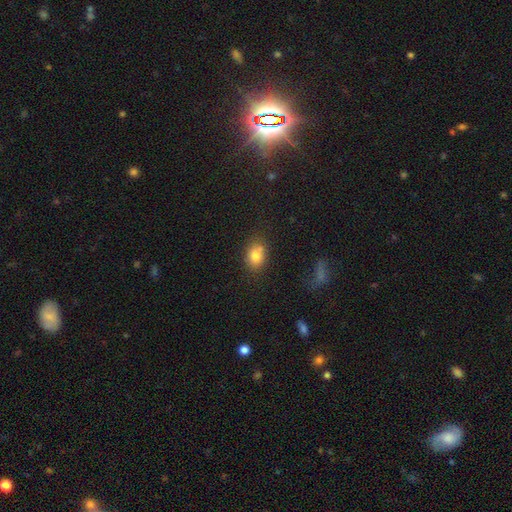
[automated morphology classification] Overall: smooth (79%). How rounded: in between (56%; round 43%). Merging: none (63%).